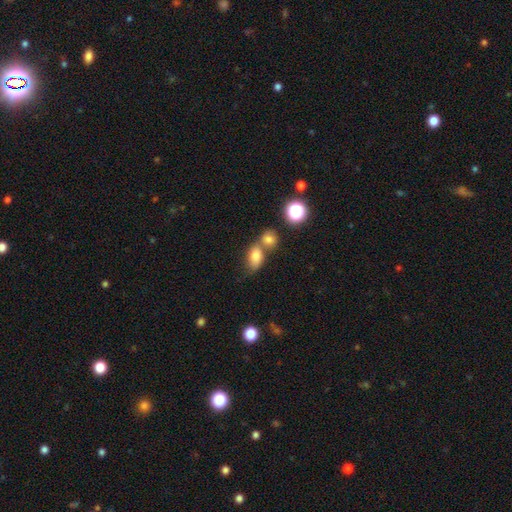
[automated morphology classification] Smooth or featured? Predicted: smooth (p=0.79). How rounded? Predicted: in between (p=0.82). Merging? Predicted: merger (p=0.48).